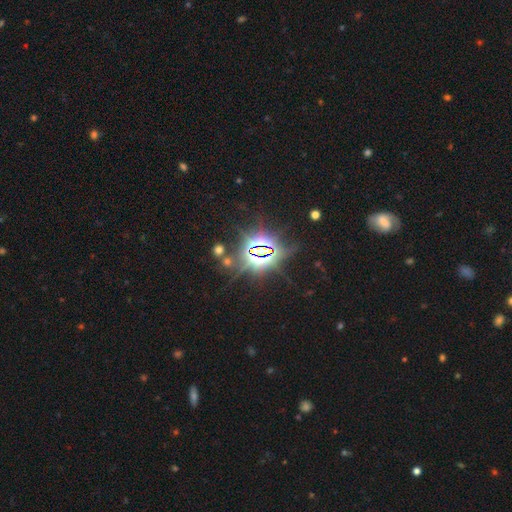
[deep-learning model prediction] smooth_or_featured: star or artifact (p=0.84) [alt: smooth p=0.09]